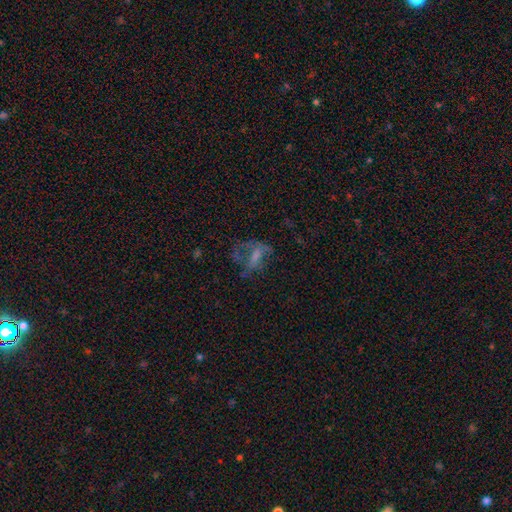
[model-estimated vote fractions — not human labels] Morphology: type=featured or disk (49%); merging=major disturbance (42%).